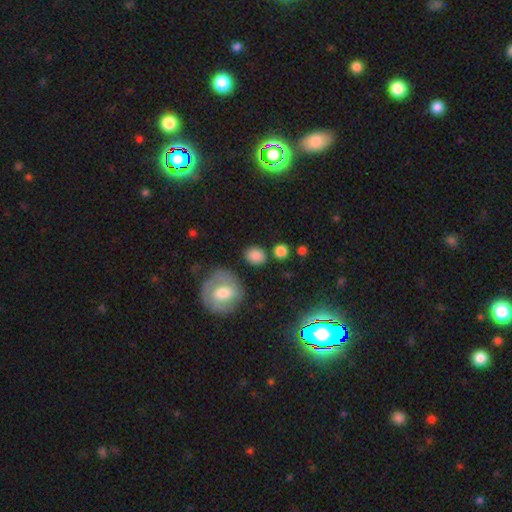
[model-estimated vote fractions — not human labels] This appears to be a smooth galaxy with no disk features (84%) that is round (62%). Merging: none (79%).